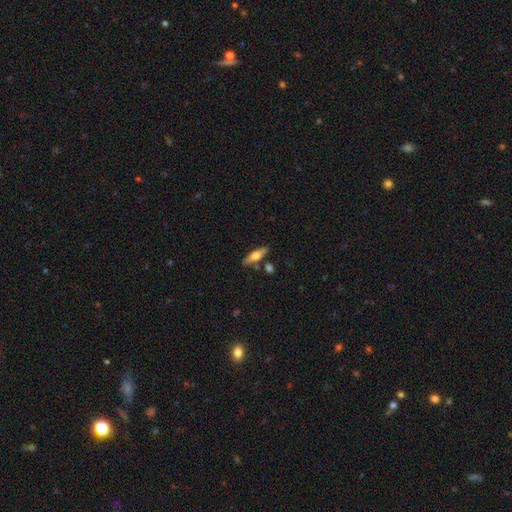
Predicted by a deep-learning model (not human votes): The model was most divided on "smooth or featured": smooth: 51%, featured or disk: 43%, star or artifact: 6%. More confident: merging — none (79%); how rounded — cigar-shaped (54%).